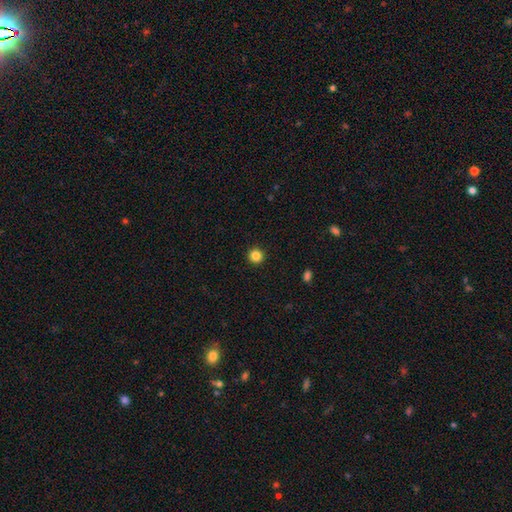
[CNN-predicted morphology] Smooth or featured? smooth (85%)
How rounded? round (96%)
Merging? none (93%)